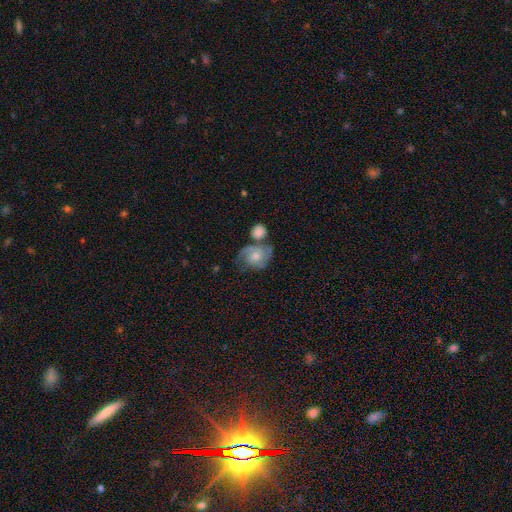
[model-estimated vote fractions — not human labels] A featured or disk galaxy (68%) with no bar (70%), 2 (67%) medium (47%) spiral arms (91%) and a moderate central bulge (49%). Merging: none (41%).